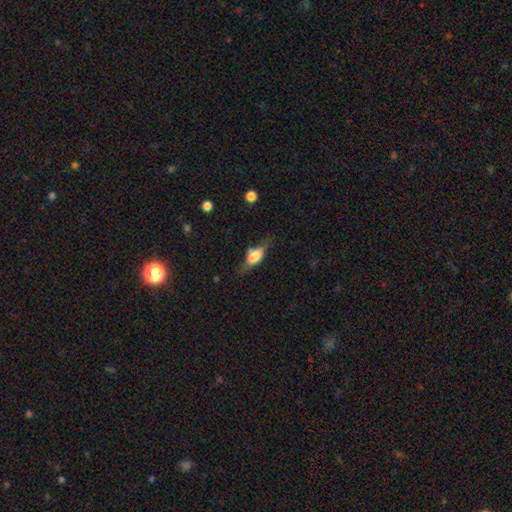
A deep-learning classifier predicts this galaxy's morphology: smooth-or-featured: smooth: 47% | featured or disk: 44% | star or artifact: 9%
  merging: none: 61% | minor disturbance: 22% | major disturbance: 10% | merger: 8%